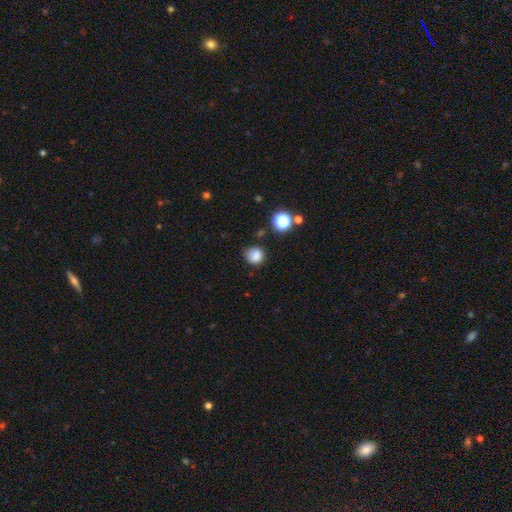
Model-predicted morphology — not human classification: type=smooth (82%); roundness=round (84%); merging=none (70%).